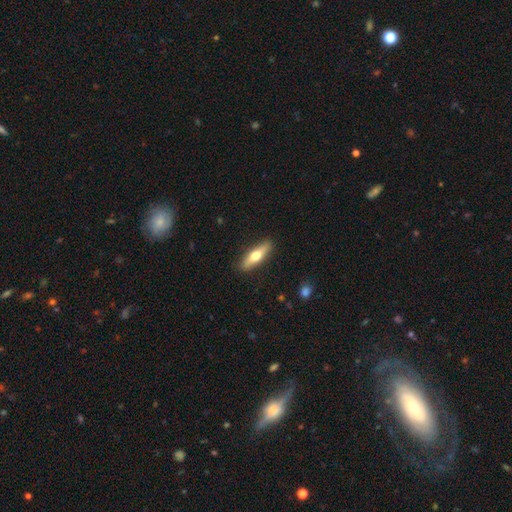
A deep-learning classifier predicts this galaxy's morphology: Smooth or featured? smooth (56%)
How rounded? cigar-shaped (64%)
Merging? none (89%)